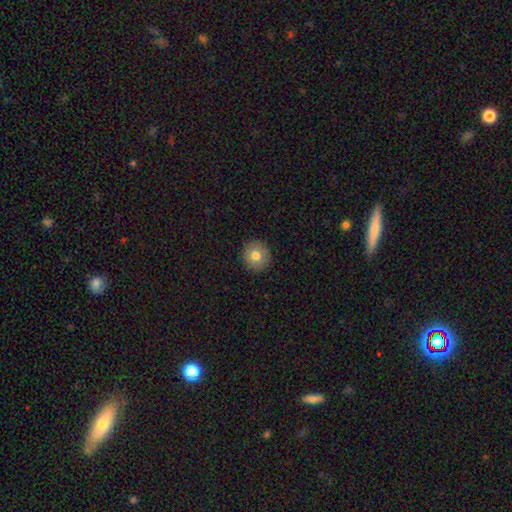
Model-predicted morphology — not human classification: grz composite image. It shows a smooth galaxy with no disk features (78%) that is round (94%). Merging: none (92%).